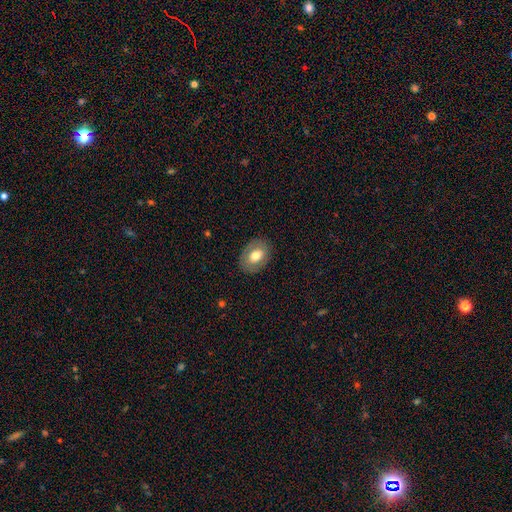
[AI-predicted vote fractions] Q: Smooth or featured?
A: smooth (65%); runner-up: featured or disk (28%)
Q: How rounded?
A: in between (77%); runner-up: round (22%)
Q: Merging?
A: none (85%); runner-up: minor disturbance (11%)